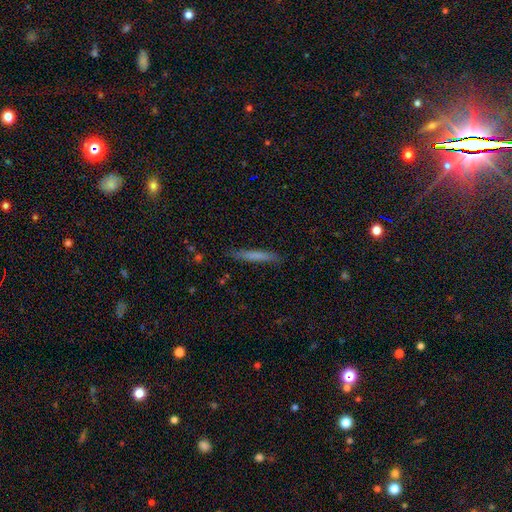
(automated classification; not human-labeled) Smooth or featured? smooth (69%)
How rounded? cigar-shaped (95%)
Merging? none (84%)